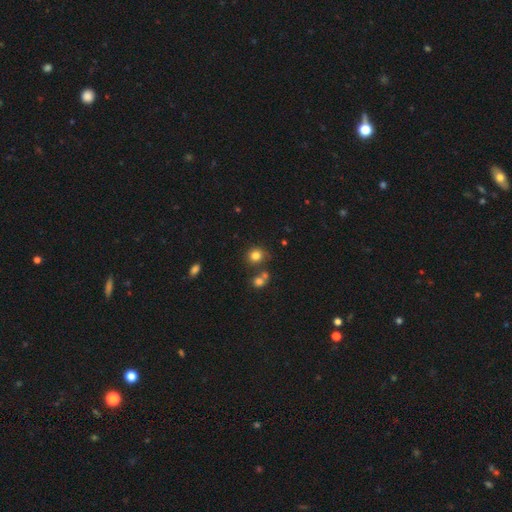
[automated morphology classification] smooth-or-featured: smooth: 79% | star or artifact: 14% | featured or disk: 7%
  how-rounded: round: 83% | in between: 16% | cigar-shaped: 1%
  merging: none: 72% | merger: 14% | minor disturbance: 11% | major disturbance: 4%